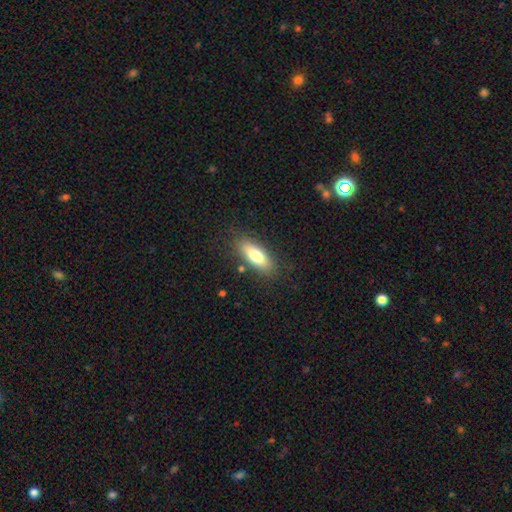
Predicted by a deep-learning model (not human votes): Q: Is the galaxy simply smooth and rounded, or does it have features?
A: smooth — 74%.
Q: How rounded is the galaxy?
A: in between — 69%.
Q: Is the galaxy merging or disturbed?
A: none — 84%.